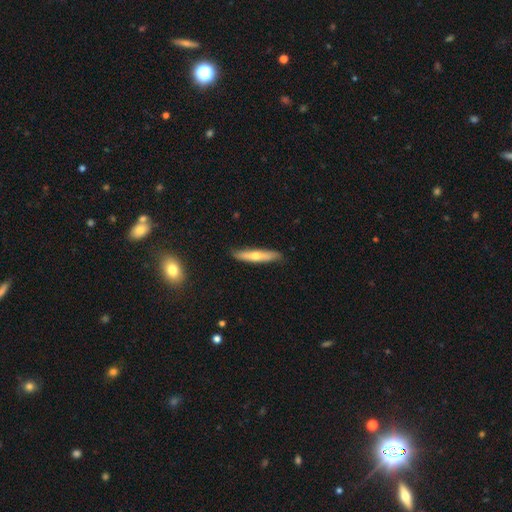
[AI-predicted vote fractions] This appears to be a smooth galaxy with no disk features (54%) that is cigar-shaped (88%). Merging: none (83%).